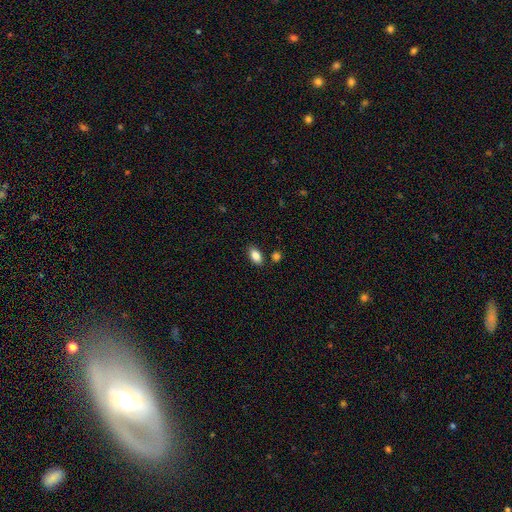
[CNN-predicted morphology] Smooth or featured? Predicted: smooth (p=0.85). How rounded? Predicted: in between (p=0.91). Merging? Predicted: none (p=0.84).